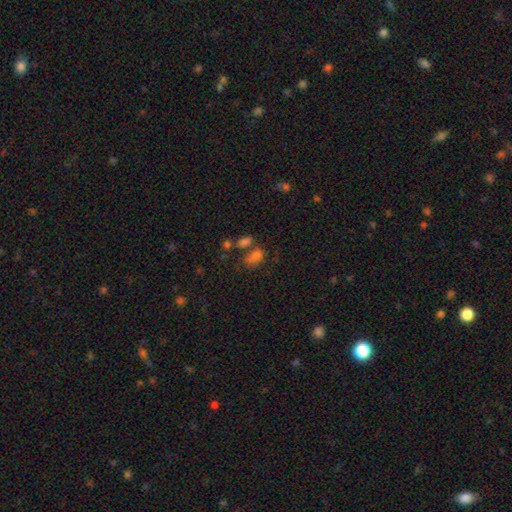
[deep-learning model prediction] smooth-or-featured: smooth: 70% | star or artifact: 19% | featured or disk: 11%
  how-rounded: in between: 74% | round: 22% | cigar-shaped: 4%
  merging: none: 43% | merger: 31% | minor disturbance: 16% | major disturbance: 10%